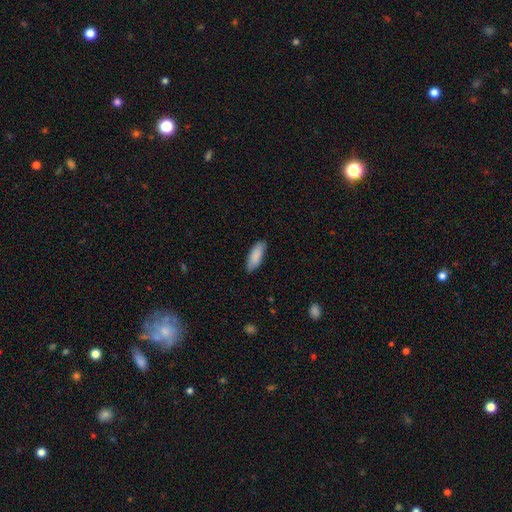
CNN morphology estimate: A smooth galaxy with no disk features (87%) that is in between round and cigar-shaped (69%).

Vote fractions:
- Smooth or featured? smooth: 87% / featured or disk: 8% / star or artifact: 5%
- How rounded? in between: 69% / cigar-shaped: 29% / round: 2%
- Merging? none: 84% / minor disturbance: 13% / major disturbance: 2% / merger: 1%